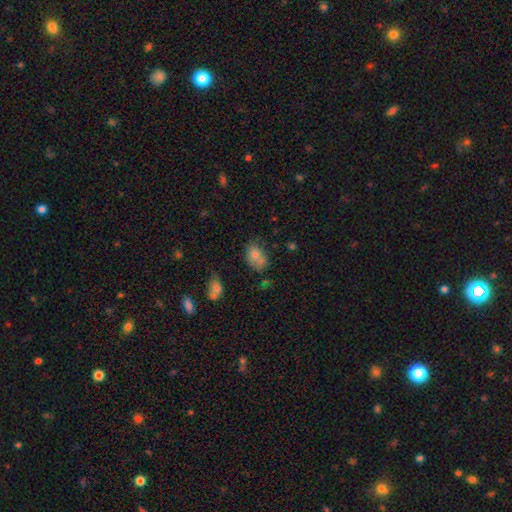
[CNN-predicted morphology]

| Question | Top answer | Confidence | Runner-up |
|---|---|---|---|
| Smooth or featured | smooth | 72% | featured or disk (17%) |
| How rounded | in between | 77% | round (22%) |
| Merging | none | 39% | merger (25%) |